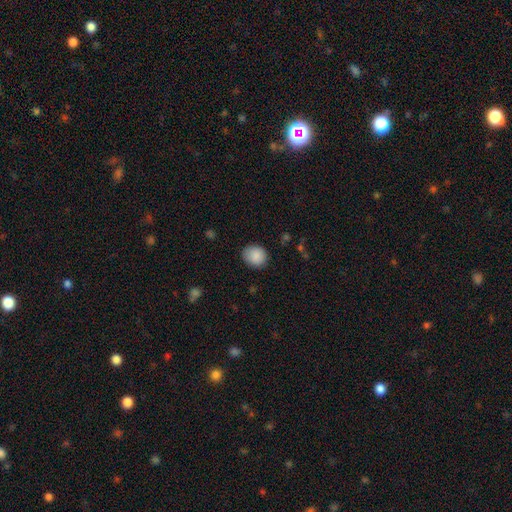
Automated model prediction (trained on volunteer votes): Overall: smooth (88%). How rounded: round (74%). Merging: none (83%).